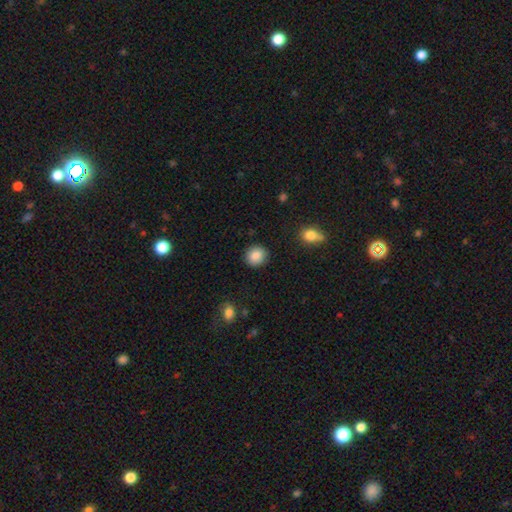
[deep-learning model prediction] This is clearly a smooth galaxy (88%). How rounded: clearly round (81%). Merging: clearly none (89%).